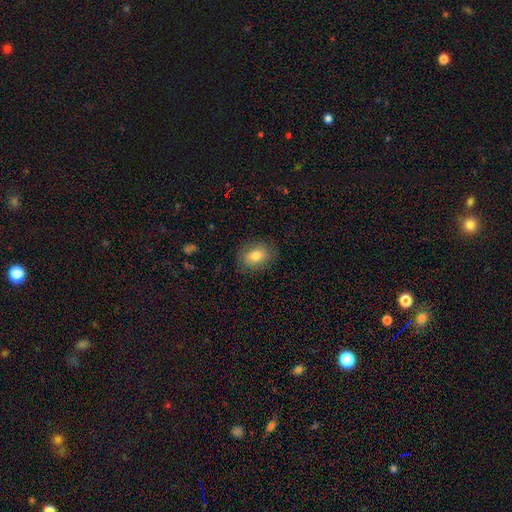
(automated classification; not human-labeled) Overall: smooth (77%). How rounded: in between (65%; round 33%). Merging: none (82%).